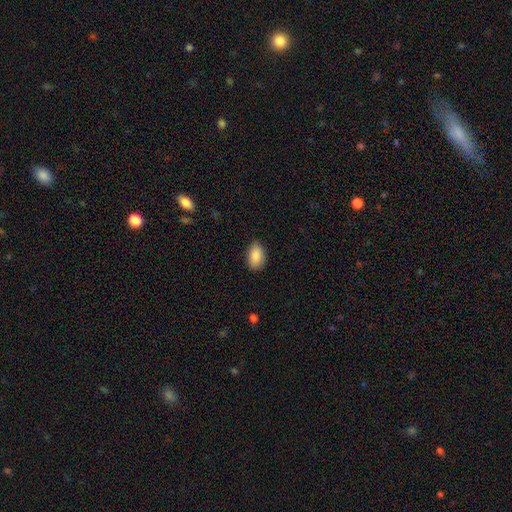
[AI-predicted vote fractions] This appears to be a smooth galaxy with no disk features (89%) that is in between round and cigar-shaped (91%). Merging: none (84%).